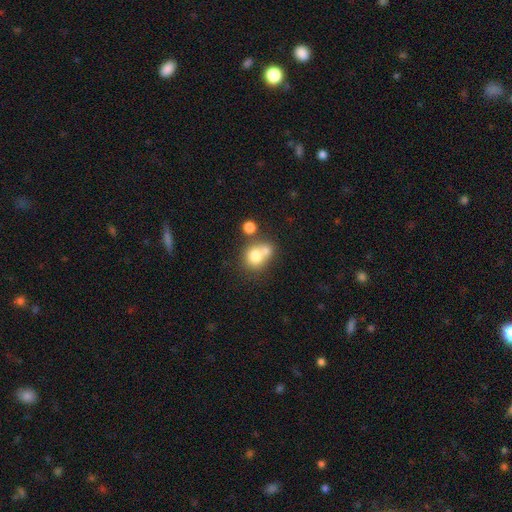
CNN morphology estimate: type=smooth (74%); roundness=round (72%); merging=merger (52%).